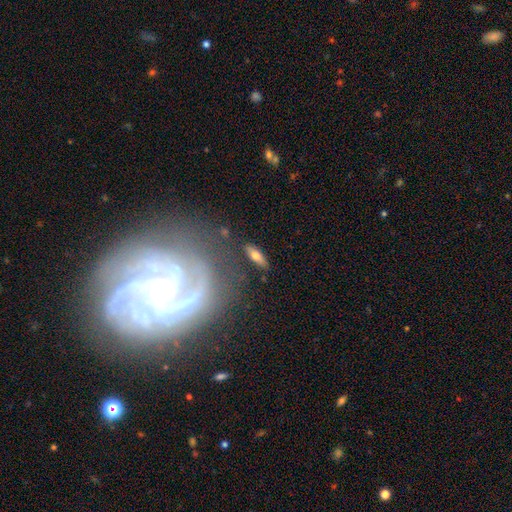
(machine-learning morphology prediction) This appears to be a smooth galaxy with no disk features (64%) that is in between round and cigar-shaped (62%). Merging: none (82%).